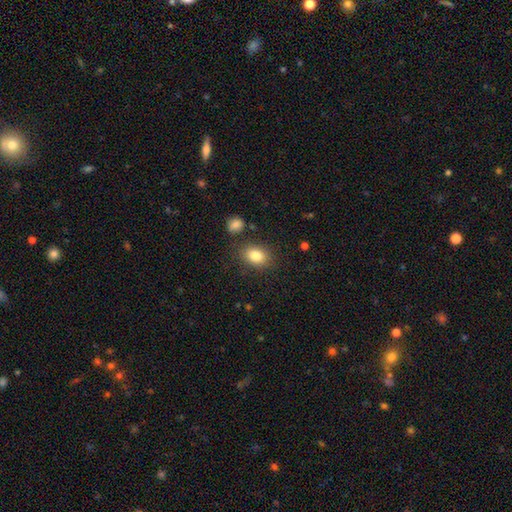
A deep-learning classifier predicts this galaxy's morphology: Smooth or featured? smooth (83%)
How rounded? in between (66%)
Merging? none (83%)